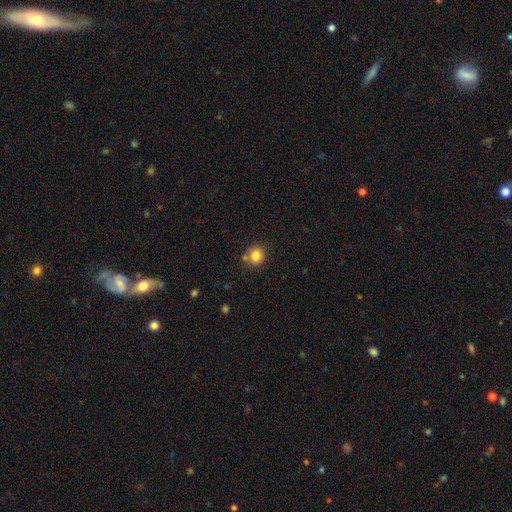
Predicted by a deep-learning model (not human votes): A smooth galaxy with no disk features (82%) that is round (87%). Merging: none (75%).